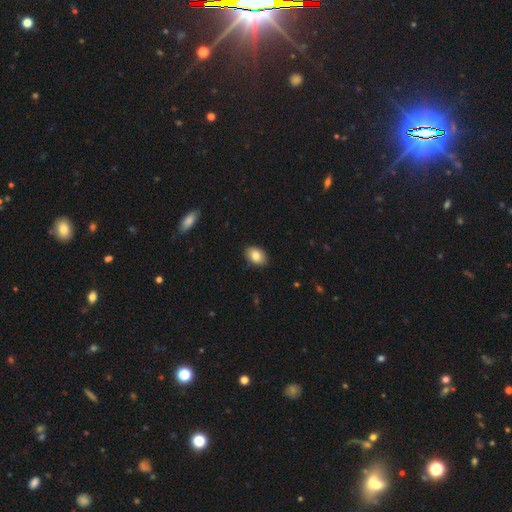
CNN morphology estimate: A smooth galaxy with no disk features (84%) that is in between round and cigar-shaped (84%).

Vote fractions:
- Smooth or featured? smooth: 84% / featured or disk: 8% / star or artifact: 8%
- How rounded? in between: 84% / round: 15% / cigar-shaped: 1%
- Merging? none: 88% / minor disturbance: 9% / major disturbance: 2% / merger: 1%